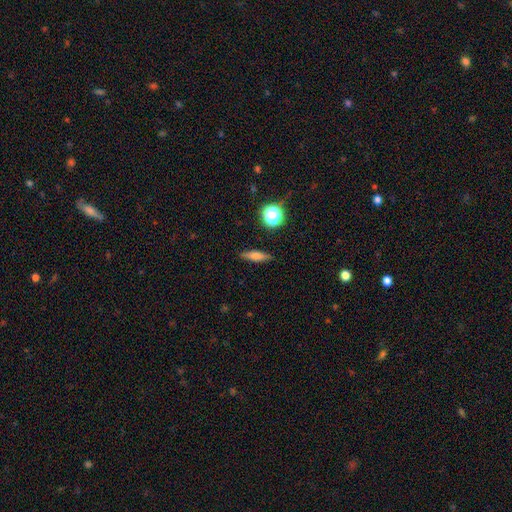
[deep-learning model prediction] A smooth galaxy with no disk features (60%) that is cigar-shaped (62%).

Vote fractions:
- Smooth or featured? smooth: 60% / featured or disk: 30% / star or artifact: 11%
- How rounded? cigar-shaped: 62% / in between: 32% / round: 7%
- Merging? none: 88% / minor disturbance: 9% / major disturbance: 2% / merger: 1%